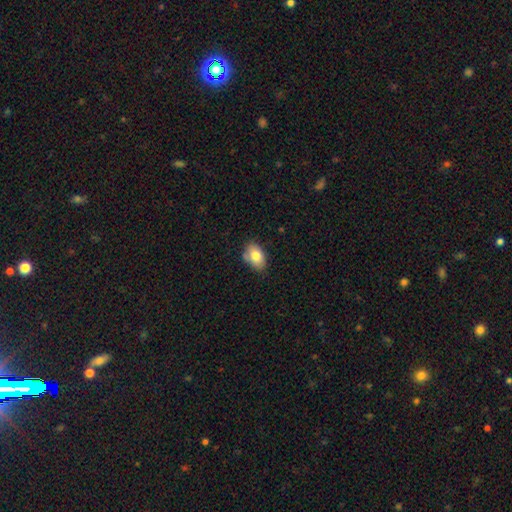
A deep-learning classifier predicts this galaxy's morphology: Smooth or featured?
  - smooth: 80% *
  - featured or disk: 13%
  - star or artifact: 8%
How rounded?
  - in between: 86% *
  - round: 13%
  - cigar-shaped: 1%
Merging?
  - none: 73% *
  - minor disturbance: 21%
  - major disturbance: 3%
  - merger: 3%